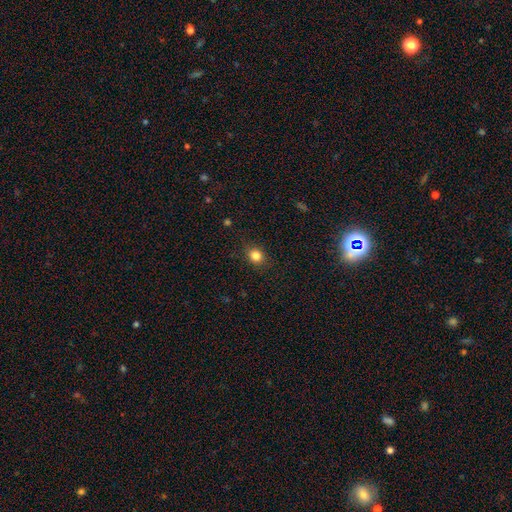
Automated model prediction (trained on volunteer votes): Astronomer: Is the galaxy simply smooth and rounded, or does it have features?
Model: smooth — 83%.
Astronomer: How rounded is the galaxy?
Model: round — 69%.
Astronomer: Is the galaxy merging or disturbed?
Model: none — 86%.